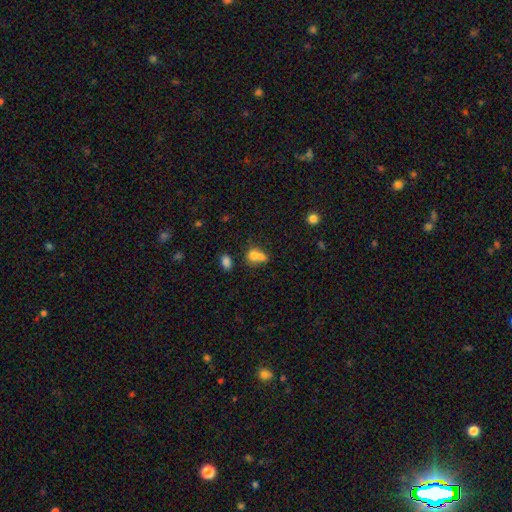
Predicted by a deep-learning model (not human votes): smooth-or-featured: smooth: 71% | featured or disk: 16% | star or artifact: 12%
  how-rounded: in between: 56% | round: 40% | cigar-shaped: 3%
  merging: merger: 61% | none: 24% | minor disturbance: 9% | major disturbance: 6%